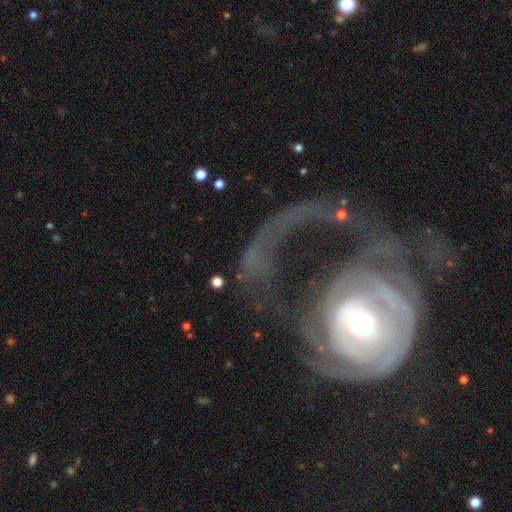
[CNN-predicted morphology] The model was most divided on "spiral arms": yes: 66%, no: 34%. More confident: edge-on disk — no (95%); smooth or featured — featured or disk (75%); bulge size — moderate (64%); bar — no (63%); merging — major disturbance (60%).